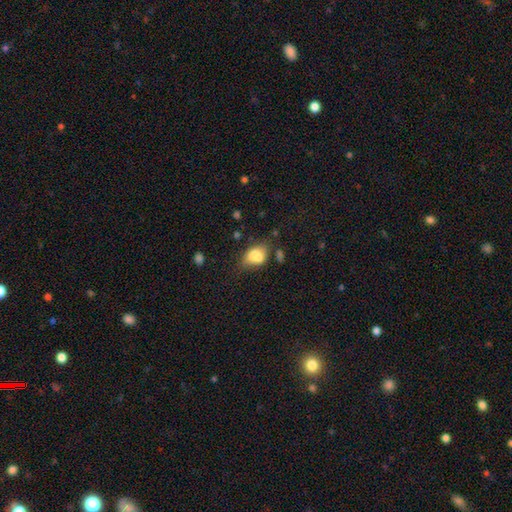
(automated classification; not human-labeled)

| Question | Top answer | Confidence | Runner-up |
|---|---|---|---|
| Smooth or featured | smooth | 73% | featured or disk (18%) |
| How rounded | in between | 77% | round (20%) |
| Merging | none | 48% | minor disturbance (27%) |